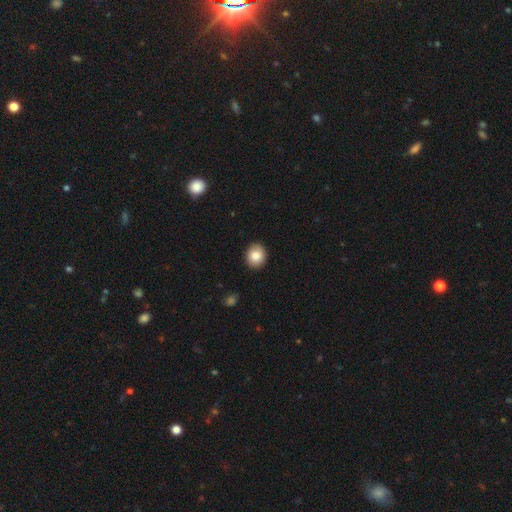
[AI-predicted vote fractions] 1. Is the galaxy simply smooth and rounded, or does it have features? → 85% smooth, 8% star or artifact, 7% featured or disk.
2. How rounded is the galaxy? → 67% round, 33% in between, 1% cigar-shaped.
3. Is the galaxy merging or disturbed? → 88% none, 9% minor disturbance, 2% major disturbance, 1% merger.